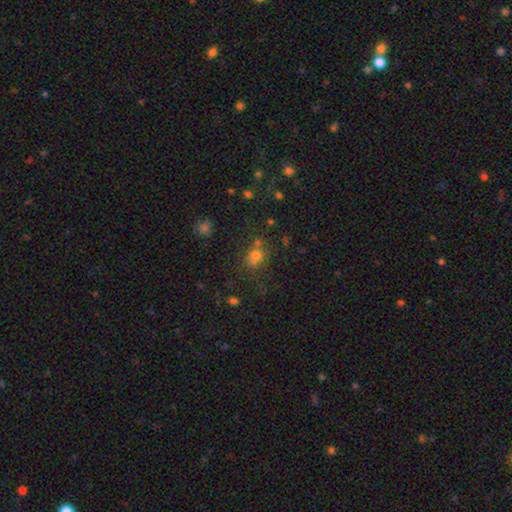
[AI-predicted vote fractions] Morphology: type=smooth (67%); roundness=round (62%); merging=none (50%).